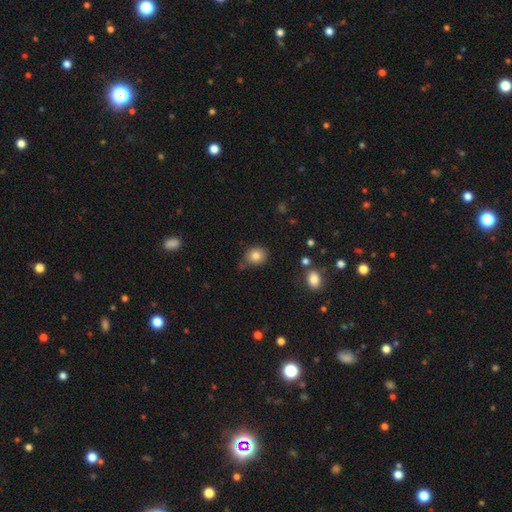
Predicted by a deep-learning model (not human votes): The model was most divided on "how rounded": round: 72%, in between: 27%, cigar-shaped: 1%. More confident: smooth or featured — smooth (82%); merging — none (73%).